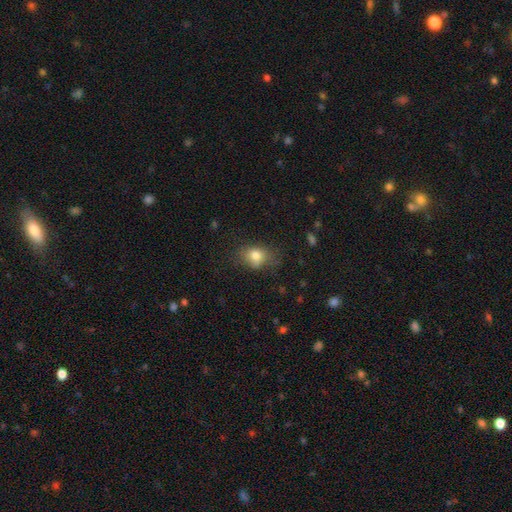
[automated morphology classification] This appears to be a smooth galaxy with no disk features (78%) that is in between round and cigar-shaped (60%). Merging: none (59%).